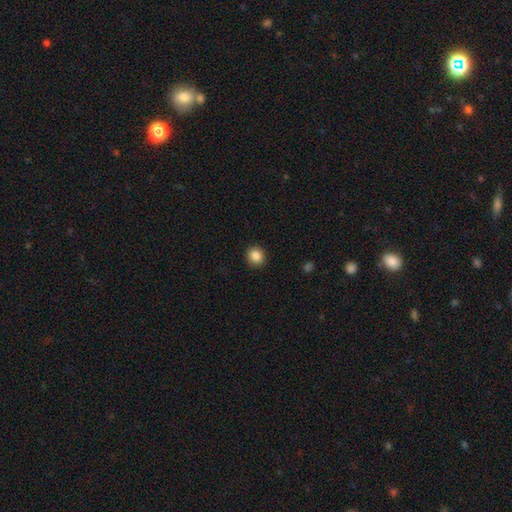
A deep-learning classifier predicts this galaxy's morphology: The model was most divided on "how rounded": round: 88%, in between: 11%, cigar-shaped: 1%. More confident: merging — none (92%); smooth or featured — smooth (87%).